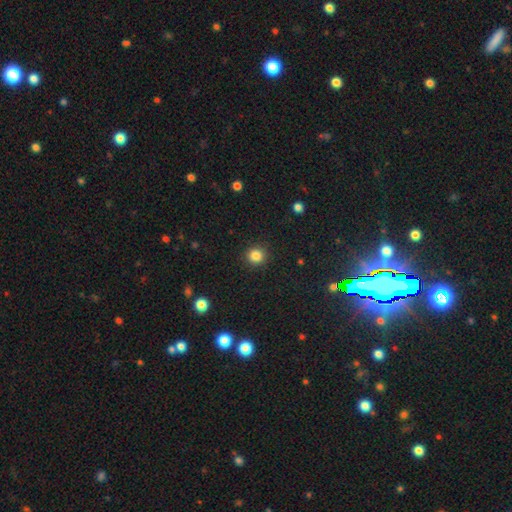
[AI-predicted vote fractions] This appears to be a smooth galaxy with no disk features (84%) that is round (92%). Merging: none (91%).